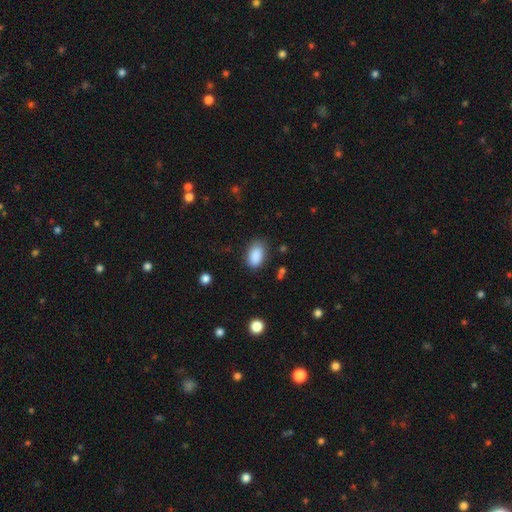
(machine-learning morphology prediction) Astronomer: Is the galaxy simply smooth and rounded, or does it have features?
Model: smooth — 89%.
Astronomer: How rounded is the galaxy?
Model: in between — 91%.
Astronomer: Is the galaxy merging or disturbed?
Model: none — 80%.